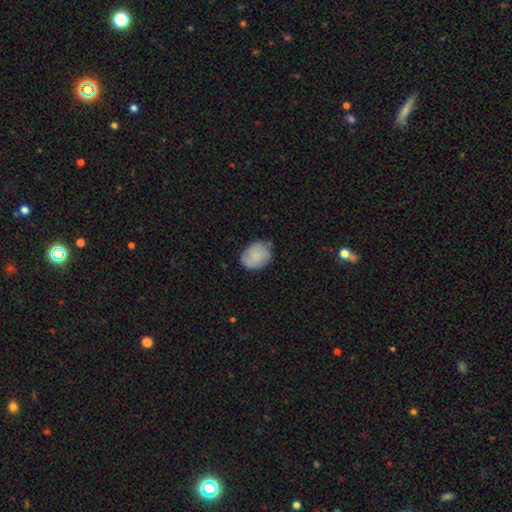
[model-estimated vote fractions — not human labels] A smooth galaxy with no disk features (73%) that is in between round and cigar-shaped (56%).

Vote fractions:
- Smooth or featured? smooth: 73% / featured or disk: 20% / star or artifact: 7%
- How rounded? in between: 56% / round: 43% / cigar-shaped: 1%
- Merging? none: 67% / minor disturbance: 26% / major disturbance: 5% / merger: 2%